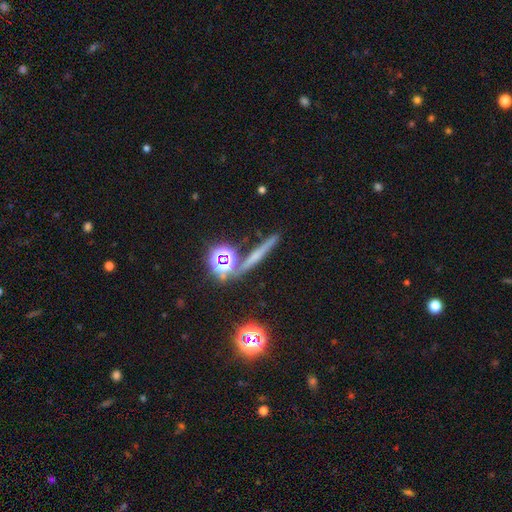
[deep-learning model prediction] smooth_or_featured: featured or disk (p=0.40) [alt: smooth p=0.33]
merging: none (p=0.82) [alt: minor disturbance p=0.09]